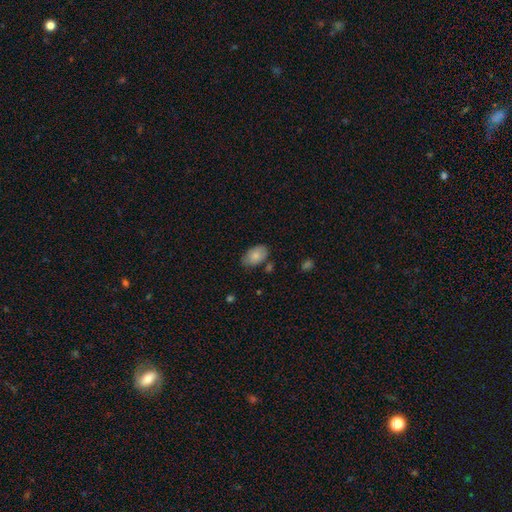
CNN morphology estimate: Smooth or featured? smooth (83%)
How rounded? in between (93%)
Merging? none (73%)